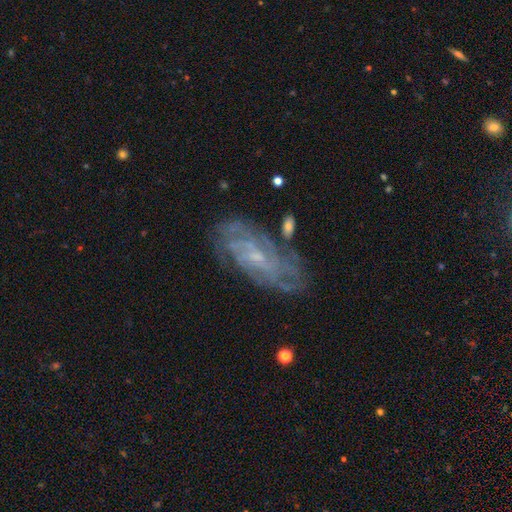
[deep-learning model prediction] Smooth or featured?
  - featured or disk: 79% *
  - smooth: 13%
  - star or artifact: 9%
Edge-on disk?
  - no: 92% *
  - yes: 8%
Bar?
  - no: 58% *
  - weak: 34%
  - strong: 8%
Spiral arms?
  - yes: 90% *
  - no: 10%
Spiral winding?
  - tight: 66% *
  - medium: 26%
  - loose: 8%
Spiral arm count?
  - can't tell: 47% *
  - 4: 15%
  - 2: 13%
  - 3: 12%
  - more than 4: 8%
  - 1: 6%
Bulge size?
  - small: 76% *
  - moderate: 16%
  - none: 6%
  - large: 1%
  - dominant: 1%
Merging?
  - none: 76% *
  - minor disturbance: 15%
  - major disturbance: 5%
  - merger: 3%